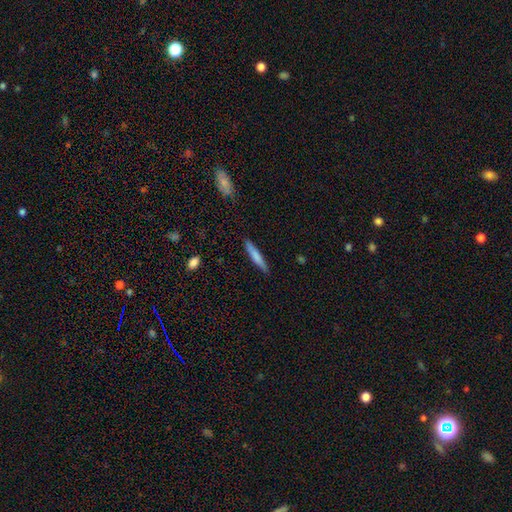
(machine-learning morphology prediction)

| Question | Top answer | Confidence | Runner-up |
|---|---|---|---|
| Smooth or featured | smooth | 73% | featured or disk (21%) |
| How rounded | cigar-shaped | 93% | in between (6%) |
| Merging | none | 88% | minor disturbance (9%) |